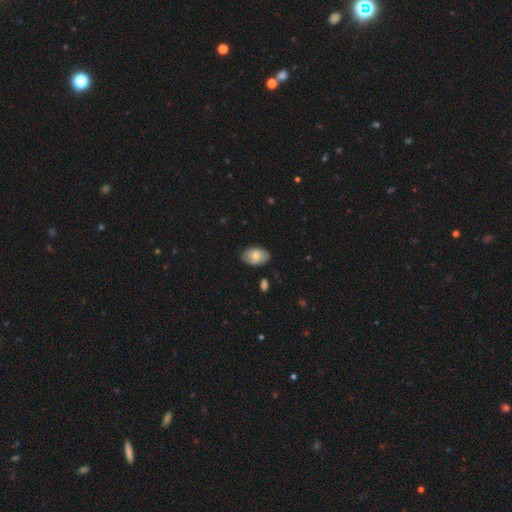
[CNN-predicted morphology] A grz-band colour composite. It shows a smooth galaxy with no disk features (68%) that is in between round and cigar-shaped (91%). Merging: none (79%).